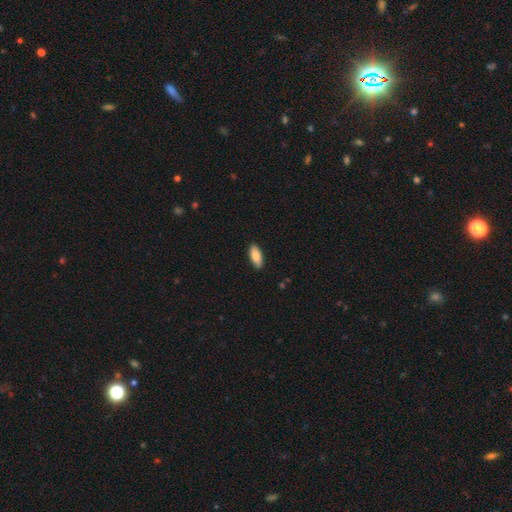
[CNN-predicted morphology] smooth_or_featured: smooth (p=0.86) [alt: featured or disk p=0.08]
how_rounded: in between (p=0.82) [alt: cigar-shaped p=0.16]
merging: none (p=0.89) [alt: minor disturbance p=0.08]